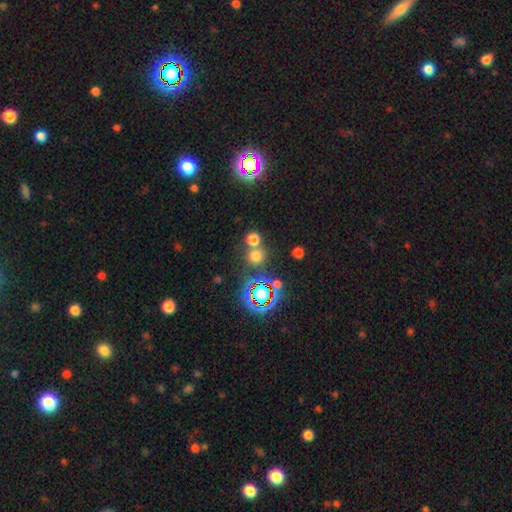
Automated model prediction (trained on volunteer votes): Smooth or featured? smooth (66%)
How rounded? round (89%)
Merging? none (65%)